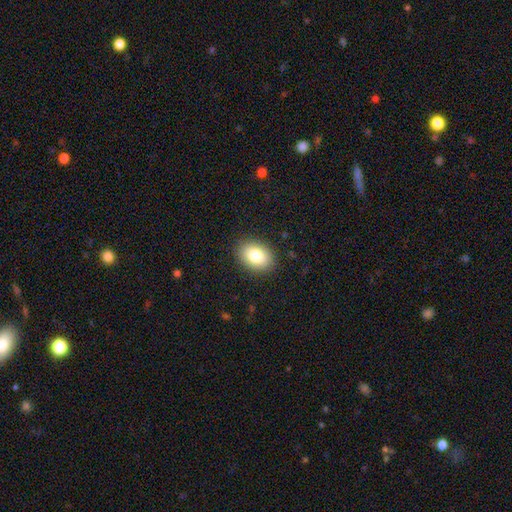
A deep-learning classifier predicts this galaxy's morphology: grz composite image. It shows a smooth galaxy with no disk features (83%) that is in between round and cigar-shaped (78%). Merging: none (89%).